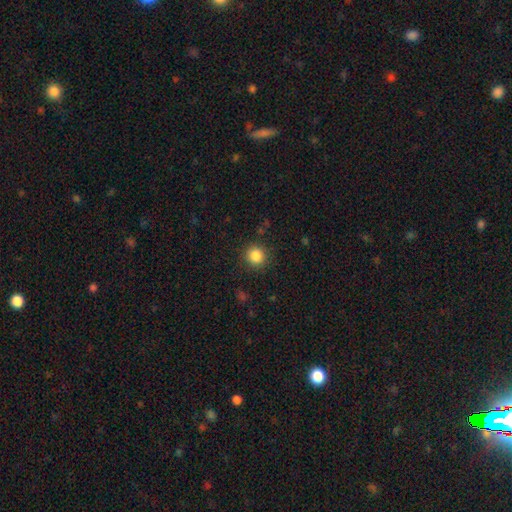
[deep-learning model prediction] This appears to be a smooth galaxy with no disk features (85%) that is round (91%). Merging: none (88%).